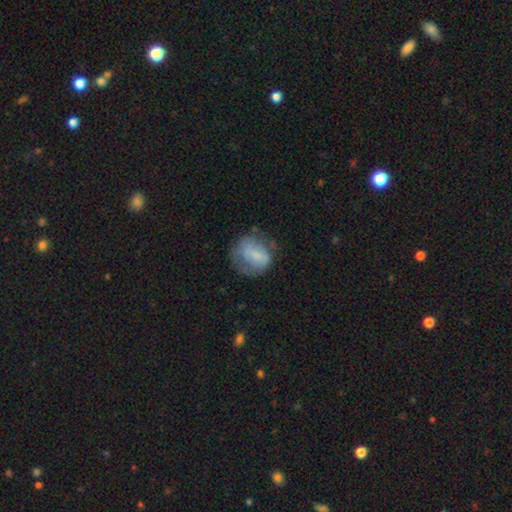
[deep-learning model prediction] A smooth galaxy with no disk features (61%) that is round (60%).

Vote fractions:
- Smooth or featured? smooth: 61% / featured or disk: 31% / star or artifact: 8%
- How rounded? round: 60% / in between: 38% / cigar-shaped: 1%
- Merging? none: 46% / minor disturbance: 28% / major disturbance: 23% / merger: 2%